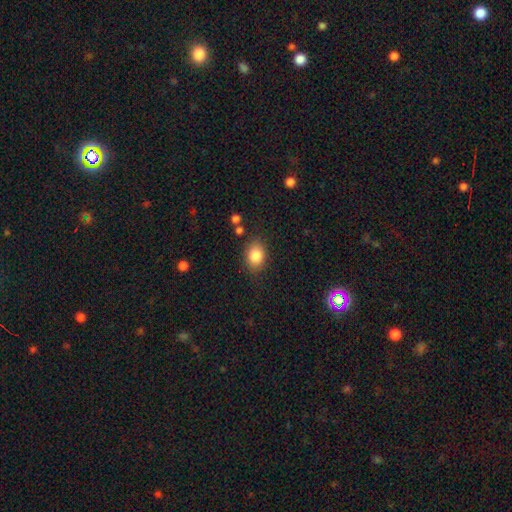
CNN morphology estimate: Overall: smooth (85%). How rounded: in between (64%; round 35%). Merging: none (80%).